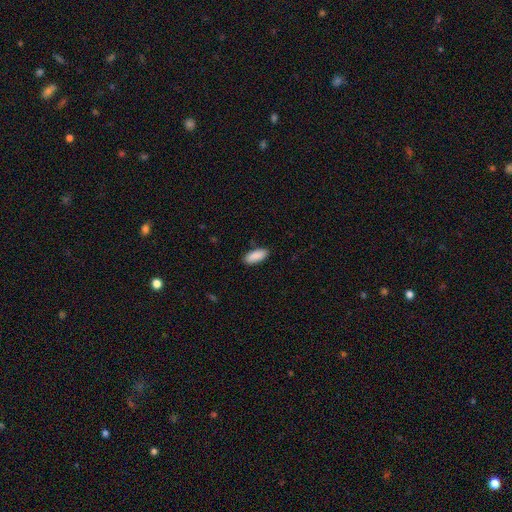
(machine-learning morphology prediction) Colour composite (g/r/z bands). It shows a smooth galaxy with no disk features (90%) that is in between round and cigar-shaped (82%). Merging: none (87%).